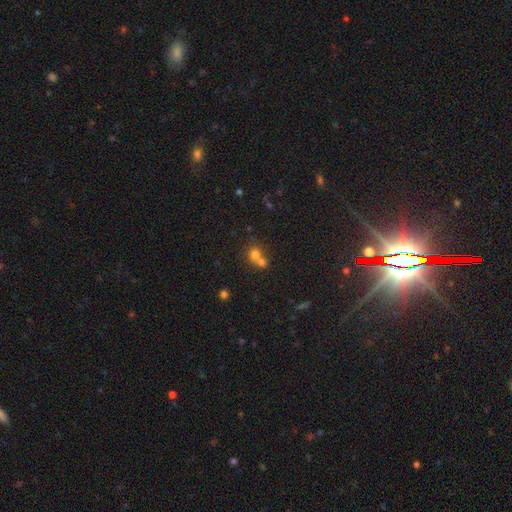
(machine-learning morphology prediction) This appears to be a smooth galaxy with no disk features (72%) that is round (80%). Merging: merger (58%).